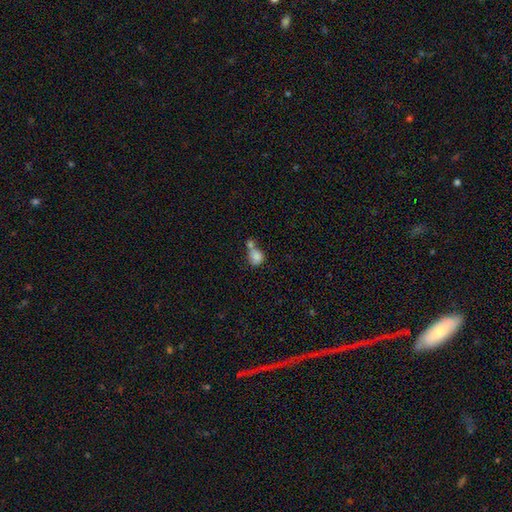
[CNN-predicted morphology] Overall: smooth (80%). How rounded: round (69%; in between 30%). Merging: merger (55%; none 27%).